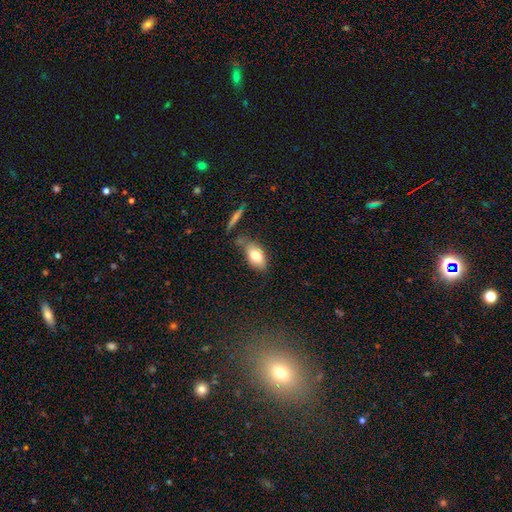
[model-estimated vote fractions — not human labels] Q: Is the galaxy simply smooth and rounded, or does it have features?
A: smooth — 75%.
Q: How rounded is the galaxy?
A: in between — 89%.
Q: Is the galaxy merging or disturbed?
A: none — 56%.